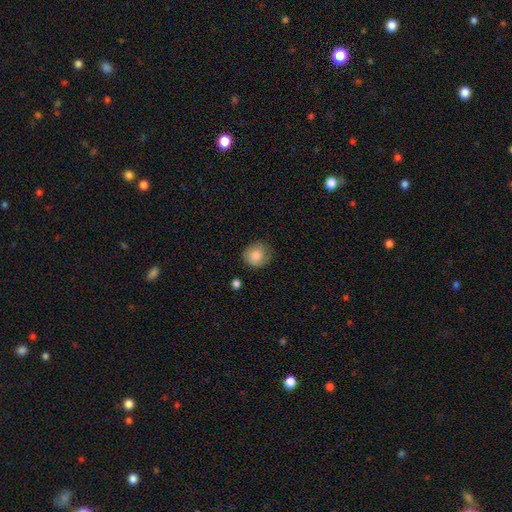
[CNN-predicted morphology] smooth-or-featured: smooth: 77% | featured or disk: 15% | star or artifact: 8%
  how-rounded: round: 80% | in between: 19% | cigar-shaped: 1%
  merging: none: 72% | minor disturbance: 21% | major disturbance: 6% | merger: 2%